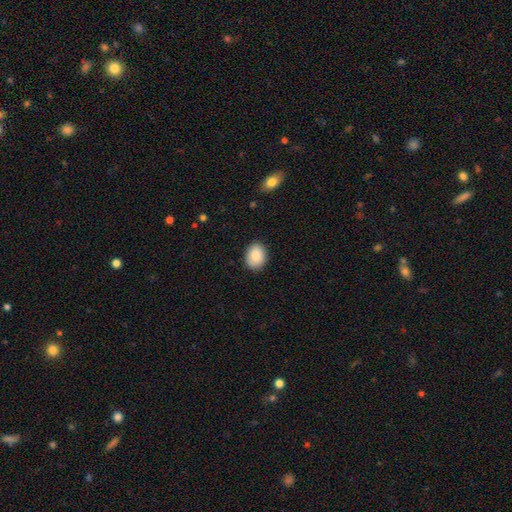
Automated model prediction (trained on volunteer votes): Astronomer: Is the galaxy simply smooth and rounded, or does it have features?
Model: smooth — 87%.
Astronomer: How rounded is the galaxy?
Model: in between — 62% (runner-up: round, 37%).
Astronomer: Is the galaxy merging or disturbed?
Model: none — 87%.